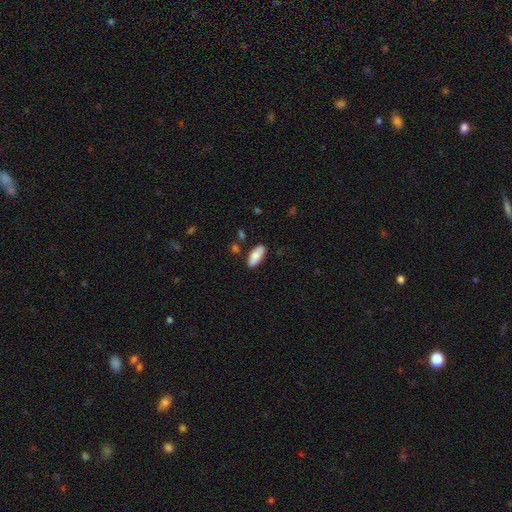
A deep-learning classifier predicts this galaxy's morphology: Overall: smooth (83%). How rounded: in between (83%). Merging: none (83%).